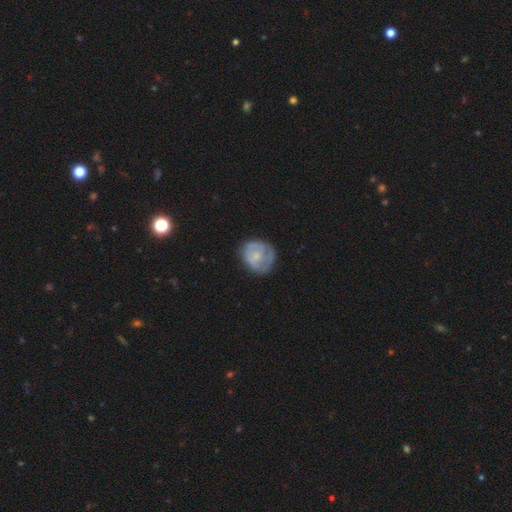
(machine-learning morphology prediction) Overall: smooth (50%; featured or disk 43%). How rounded: round (76%). Merging: none (63%; minor disturbance 25%).